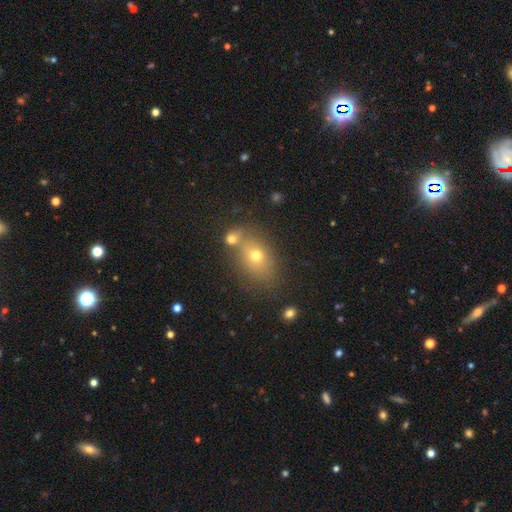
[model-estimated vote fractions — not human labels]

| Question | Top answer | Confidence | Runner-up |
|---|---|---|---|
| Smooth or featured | smooth | 66% | featured or disk (18%) |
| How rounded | in between | 66% | round (32%) |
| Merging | none | 52% | merger (31%) |